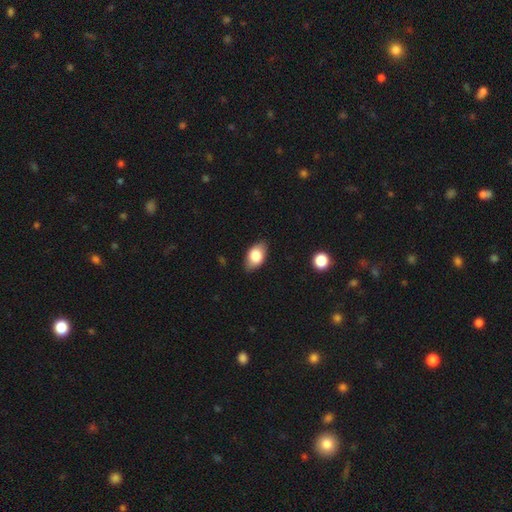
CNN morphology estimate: Smooth or featured?
  - smooth: 78% *
  - featured or disk: 15%
  - star or artifact: 7%
How rounded?
  - in between: 91% *
  - round: 7%
  - cigar-shaped: 2%
Merging?
  - none: 83% *
  - minor disturbance: 14%
  - major disturbance: 3%
  - merger: 1%